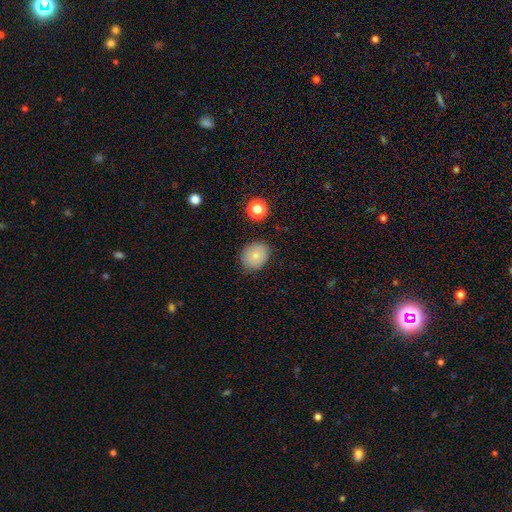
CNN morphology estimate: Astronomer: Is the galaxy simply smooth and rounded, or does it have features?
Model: smooth — 80%.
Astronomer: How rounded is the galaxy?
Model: round — 57% (runner-up: in between, 42%).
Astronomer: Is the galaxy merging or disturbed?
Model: none — 83%.